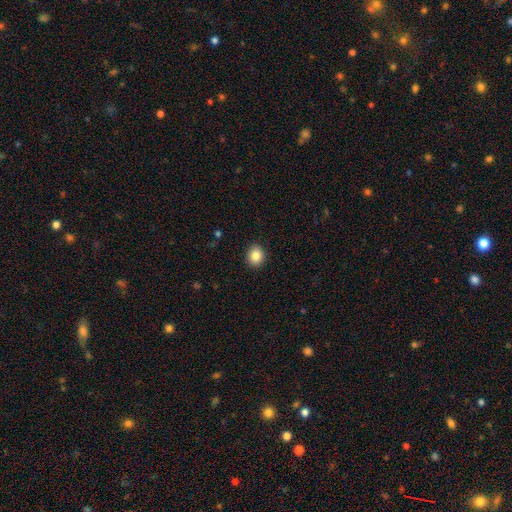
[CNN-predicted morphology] Smooth or featured: smooth — 85% (star or artifact — 10%)
How rounded: round — 71% (in between — 28%)
Merging: none — 91% (minor disturbance — 6%)